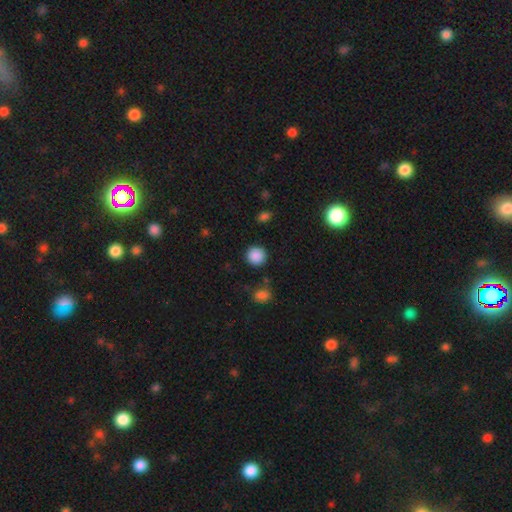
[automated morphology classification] A smooth galaxy with no disk features (88%) that is round (93%). Merging: none (89%).